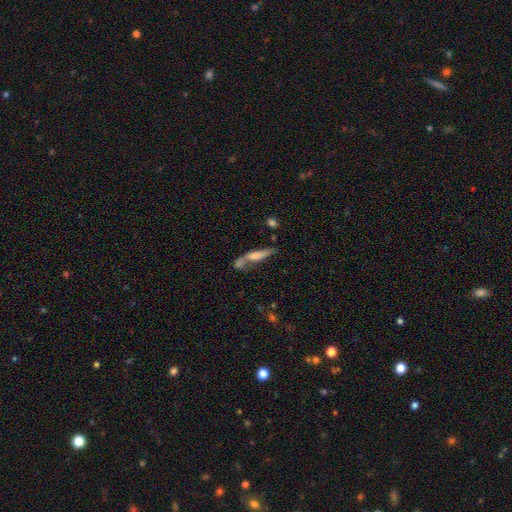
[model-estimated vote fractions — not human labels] This is possibly a smooth galaxy (47%). Merging: marginally none (40%).